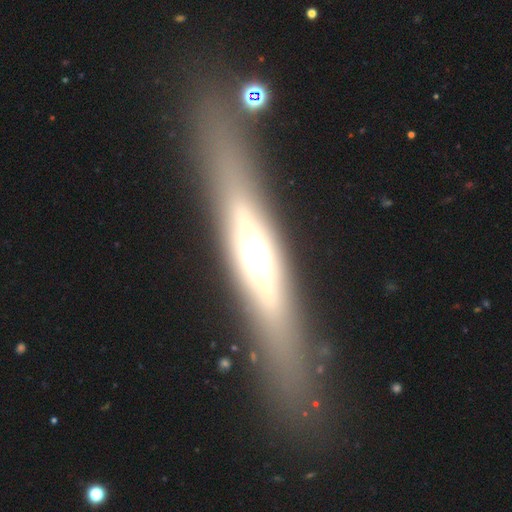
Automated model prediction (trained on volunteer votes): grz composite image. It shows a featured or disk galaxy (64%) viewed edge-on (87%) with a rounded central bulge (85%). Merging: none (85%).